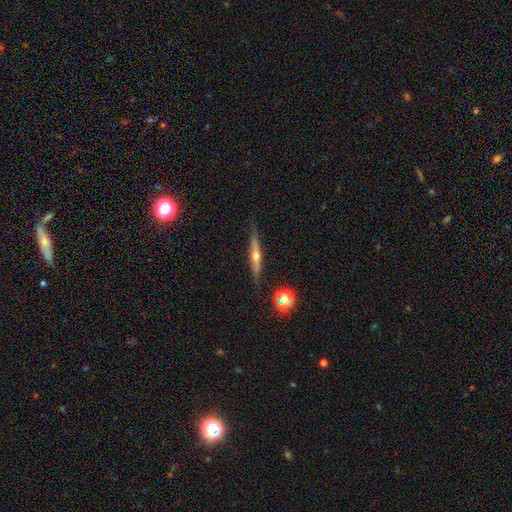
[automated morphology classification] This appears to be a featured or disk galaxy (68%) viewed edge-on (96%) with a rounded central bulge (88%). Merging: none (86%).